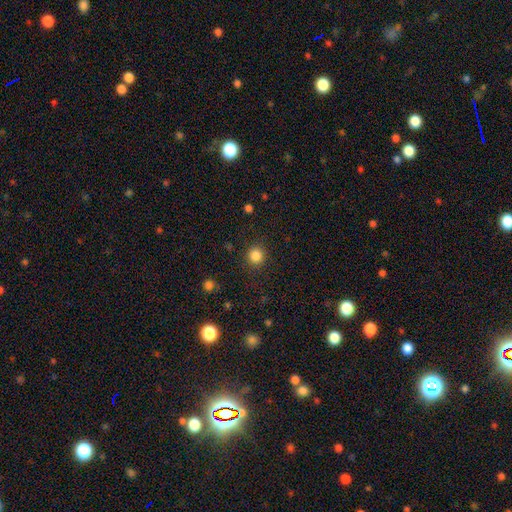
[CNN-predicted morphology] Smooth or featured: smooth — 84% (star or artifact — 12%)
How rounded: round — 92% (in between — 7%)
Merging: none — 90% (minor disturbance — 7%)